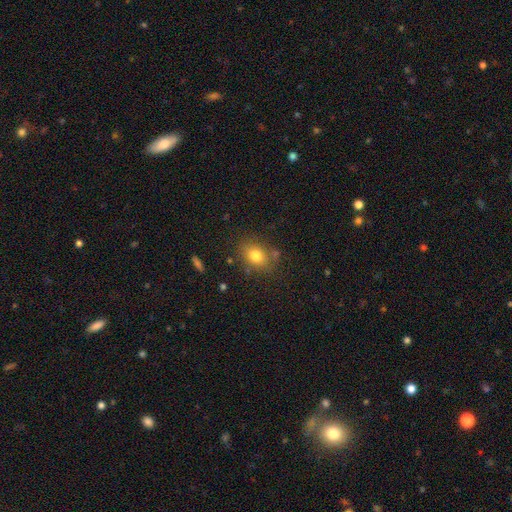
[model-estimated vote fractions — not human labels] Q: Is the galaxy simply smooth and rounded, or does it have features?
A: smooth — 77%.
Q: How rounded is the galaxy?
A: in between — 57%.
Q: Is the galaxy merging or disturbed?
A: none — 76%.